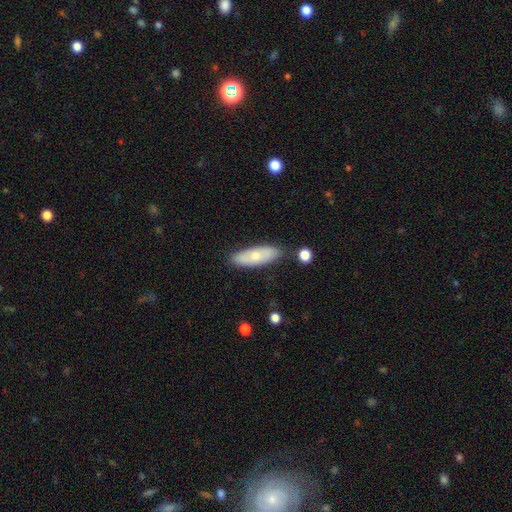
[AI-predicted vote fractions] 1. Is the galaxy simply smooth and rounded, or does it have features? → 60% smooth, 34% featured or disk, 7% star or artifact.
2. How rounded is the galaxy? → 53% in between, 45% cigar-shaped, 2% round.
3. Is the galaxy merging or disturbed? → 82% none, 12% minor disturbance, 3% merger, 2% major disturbance.